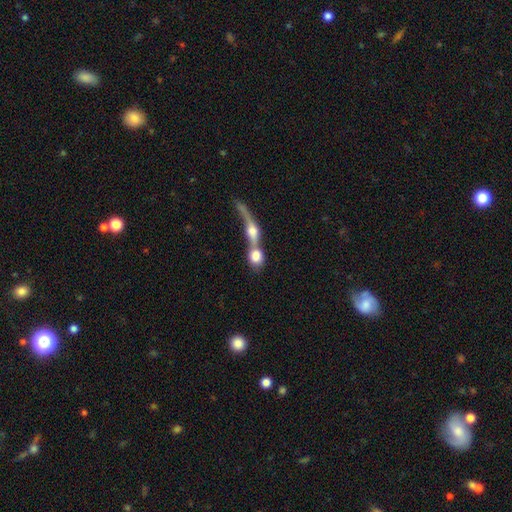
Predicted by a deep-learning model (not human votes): smooth 64%, featured or disk 26%, star or artifact 10%. Down the decision tree: how rounded — round (55%); merging — merger (71%).